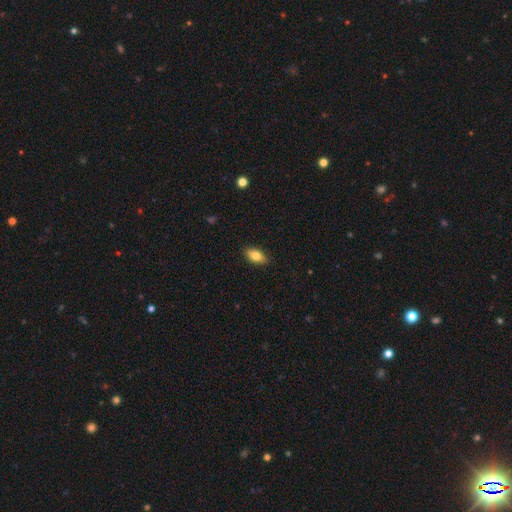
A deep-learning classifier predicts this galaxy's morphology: Smooth or featured?
  - smooth: 81% *
  - featured or disk: 12%
  - star or artifact: 8%
How rounded?
  - in between: 88% *
  - cigar-shaped: 6%
  - round: 5%
Merging?
  - none: 88% *
  - minor disturbance: 9%
  - major disturbance: 2%
  - merger: 1%